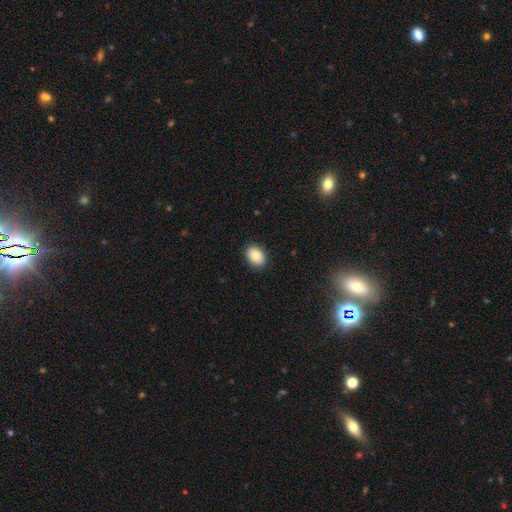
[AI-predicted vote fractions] smooth_or_featured: smooth (p=0.87) [alt: star or artifact p=0.08]
how_rounded: in between (p=0.76) [alt: round p=0.23]
merging: none (p=0.89) [alt: minor disturbance p=0.08]